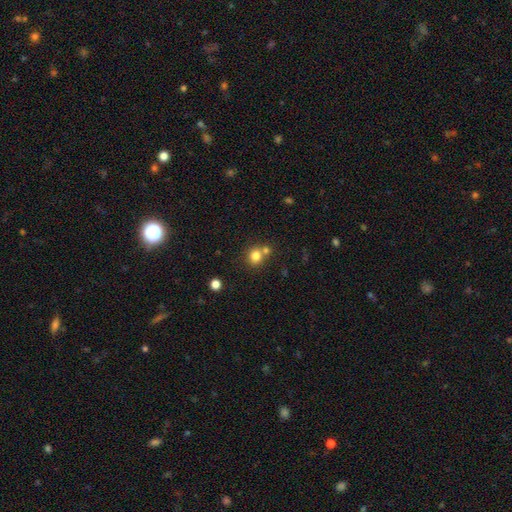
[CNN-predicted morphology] smooth_or_featured: smooth (p=0.79) [alt: star or artifact p=0.13]
how_rounded: round (p=0.85) [alt: in between p=0.14]
merging: none (p=0.59) [alt: merger p=0.31]